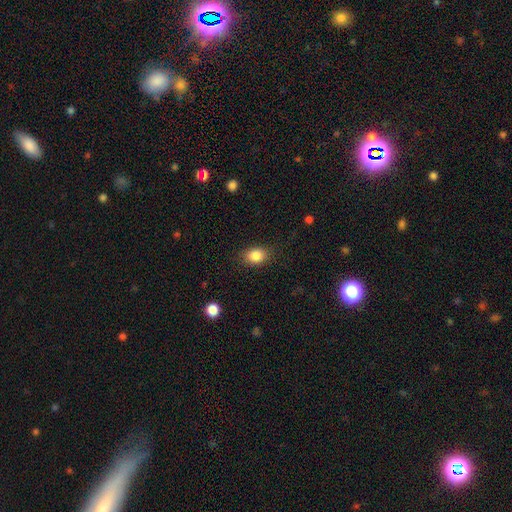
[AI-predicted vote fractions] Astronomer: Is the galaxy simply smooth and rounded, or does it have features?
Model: smooth — 85%.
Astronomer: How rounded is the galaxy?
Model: in between — 70%.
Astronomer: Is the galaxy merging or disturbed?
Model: none — 84%.